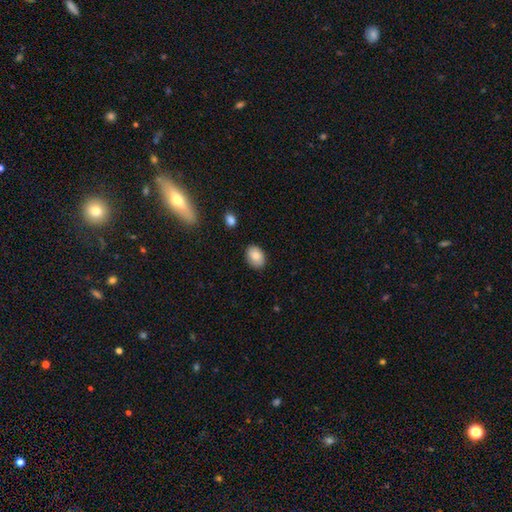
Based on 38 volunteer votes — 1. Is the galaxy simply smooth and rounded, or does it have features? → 87% smooth, 8% star or artifact, 5% featured or disk.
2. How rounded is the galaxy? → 88% in between, 12% round, 0% cigar-shaped.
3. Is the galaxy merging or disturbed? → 77% none, 20% minor disturbance, 3% merger, 0% major disturbance.